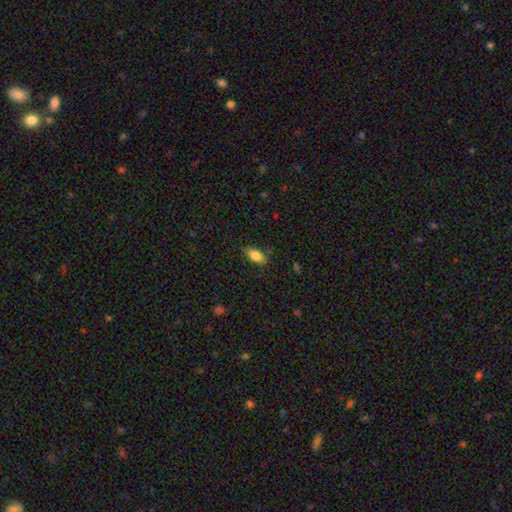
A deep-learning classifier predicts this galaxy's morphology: The model was most divided on "merging": none: 81%, minor disturbance: 15%, major disturbance: 3%, merger: 1%. More confident: how rounded — in between (89%); smooth or featured — smooth (83%).